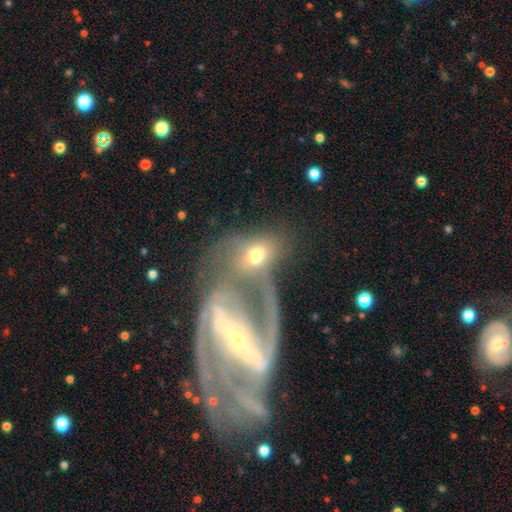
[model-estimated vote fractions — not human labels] This is possibly a smooth galaxy (46%). Merging: possibly merger (50%).